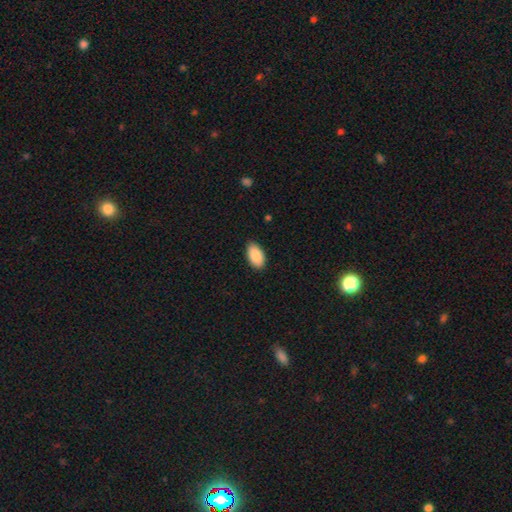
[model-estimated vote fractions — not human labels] Morphology: type=smooth (89%); roundness=in between (95%); merging=none (87%).